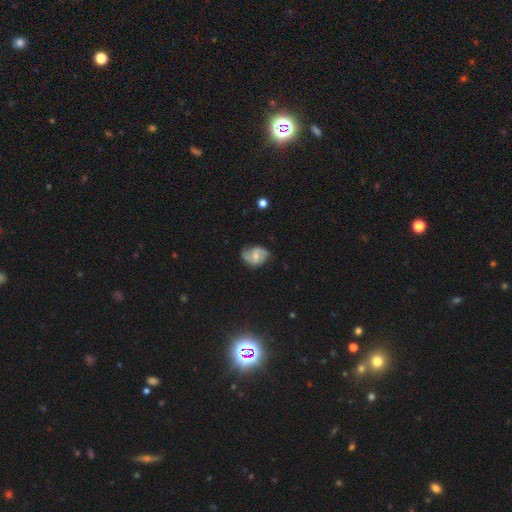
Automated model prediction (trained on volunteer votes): This appears to be a featured or disk galaxy (62%) with no bar (50%), 2 (77%) medium (46%) spiral arms (88%) and a small central bulge (48%). Merging: none (62%).